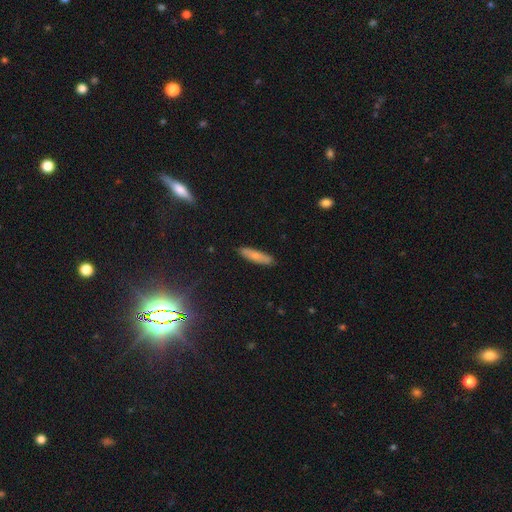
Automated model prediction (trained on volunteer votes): This appears to be a smooth galaxy with no disk features (78%) that is cigar-shaped (76%). Merging: none (88%).